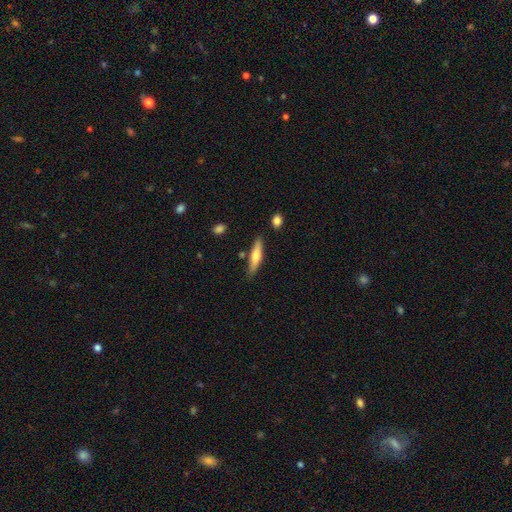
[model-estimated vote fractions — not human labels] smooth-or-featured: smooth: 60% | featured or disk: 35% | star or artifact: 6%
  how-rounded: cigar-shaped: 76% | in between: 22% | round: 2%
  merging: none: 80% | minor disturbance: 13% | merger: 4% | major disturbance: 3%